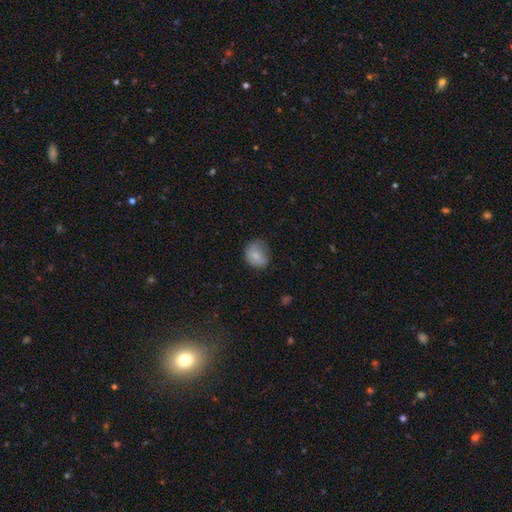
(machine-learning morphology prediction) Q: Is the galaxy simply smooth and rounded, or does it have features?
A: smooth — 75%.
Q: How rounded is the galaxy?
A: round — 64%.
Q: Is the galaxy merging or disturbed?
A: none — 57%.